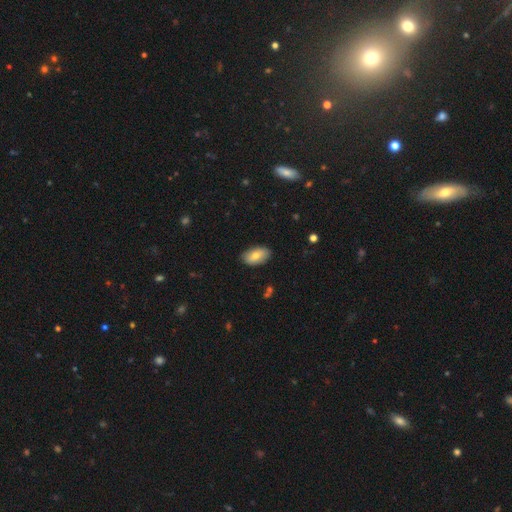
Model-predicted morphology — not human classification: smooth_or_featured: smooth (p=0.74) [alt: featured or disk p=0.19]
how_rounded: in between (p=0.93) [alt: round p=0.04]
merging: none (p=0.86) [alt: minor disturbance p=0.11]